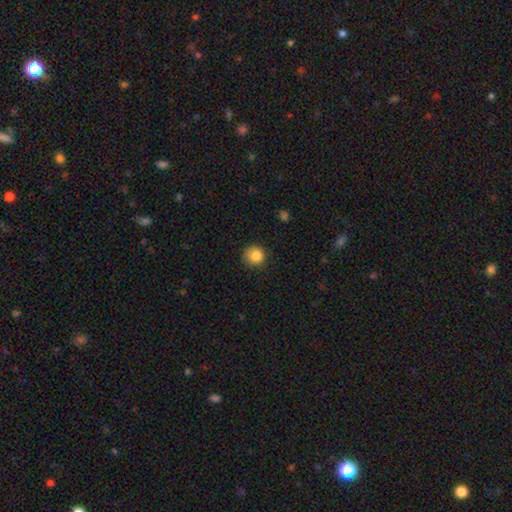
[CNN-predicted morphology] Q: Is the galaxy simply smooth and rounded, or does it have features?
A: smooth — 85%.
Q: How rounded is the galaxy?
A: round — 92%.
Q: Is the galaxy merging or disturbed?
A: none — 82%.